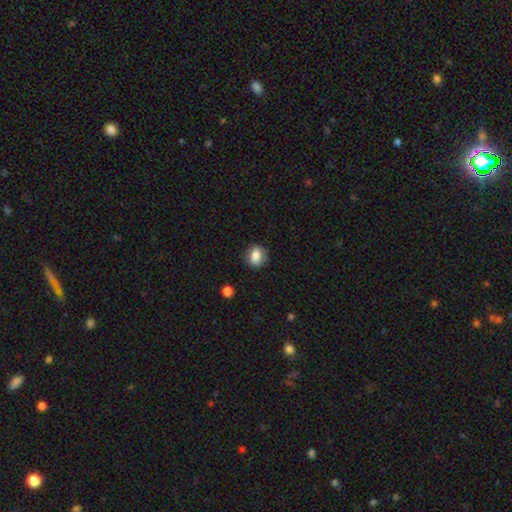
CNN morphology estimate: Q: Smooth or featured?
A: smooth (78%); runner-up: featured or disk (13%)
Q: How rounded?
A: round (58%); runner-up: in between (41%)
Q: Merging?
A: none (83%); runner-up: minor disturbance (12%)